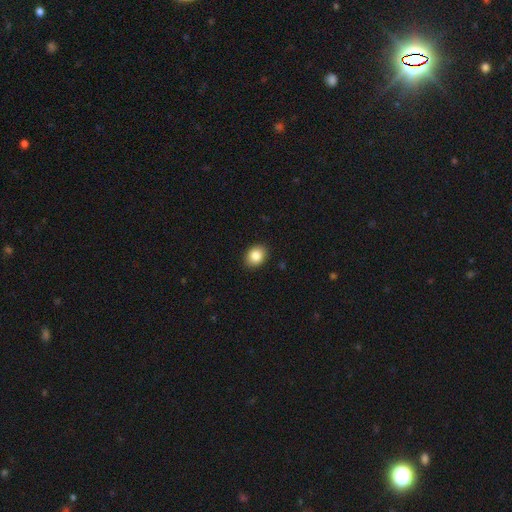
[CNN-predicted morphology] A smooth galaxy with no disk features (87%) that is in between round and cigar-shaped (58%). Merging: none (89%).